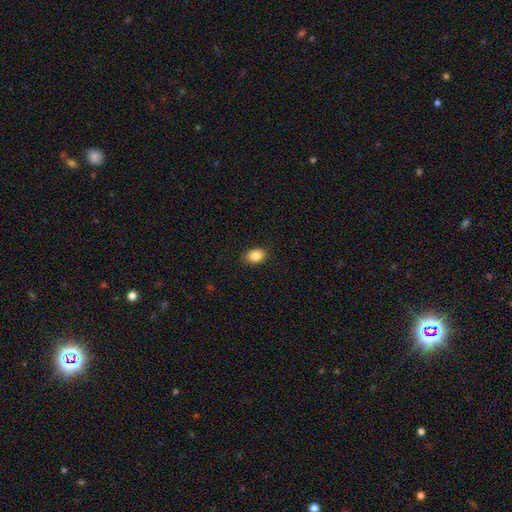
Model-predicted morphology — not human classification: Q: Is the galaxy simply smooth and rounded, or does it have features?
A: smooth — 85%.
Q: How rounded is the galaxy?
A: in between — 76%.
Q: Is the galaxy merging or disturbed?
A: none — 89%.